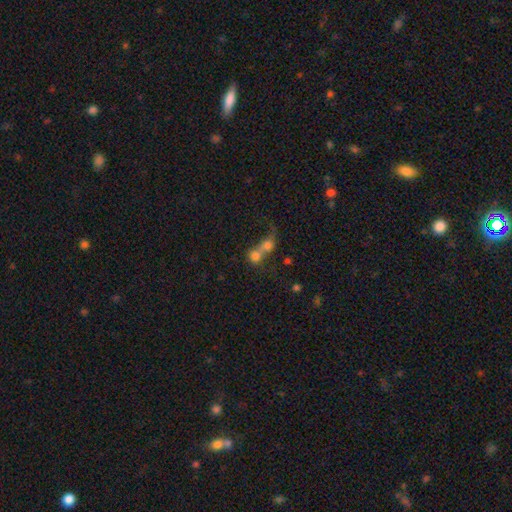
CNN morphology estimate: A smooth galaxy with no disk features (68%) that is round (69%).

Vote fractions:
- Smooth or featured? smooth: 68% / featured or disk: 20% / star or artifact: 12%
- How rounded? round: 69% / in between: 29% / cigar-shaped: 2%
- Merging? merger: 76% / none: 15% / major disturbance: 5% / minor disturbance: 4%